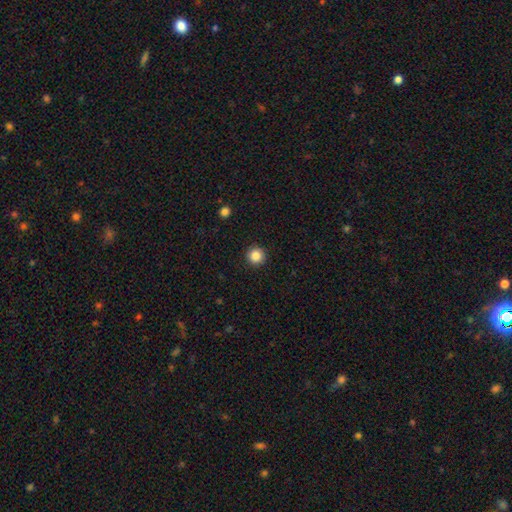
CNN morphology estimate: This is clearly a smooth galaxy (86%). How rounded: clearly round (96%). Merging: clearly none (93%).